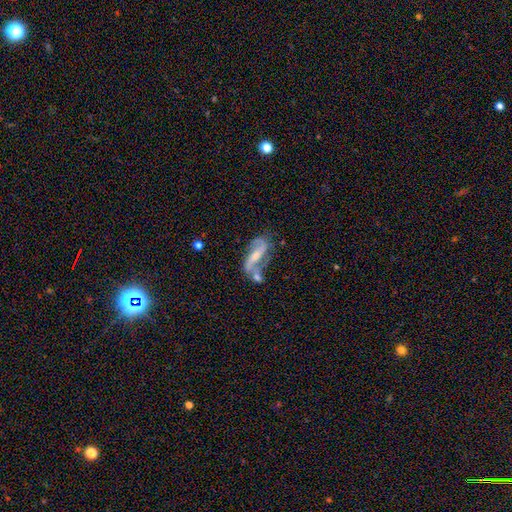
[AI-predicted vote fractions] Smooth or featured? featured or disk (77%)
Edge-on disk? no (91%)
Bar? weak (38%)
Spiral arms? yes (91%)
Spiral winding? loose (61%)
Spiral arm count? 2 (87%)
Bulge size? small (38%)
Merging? none (40%)